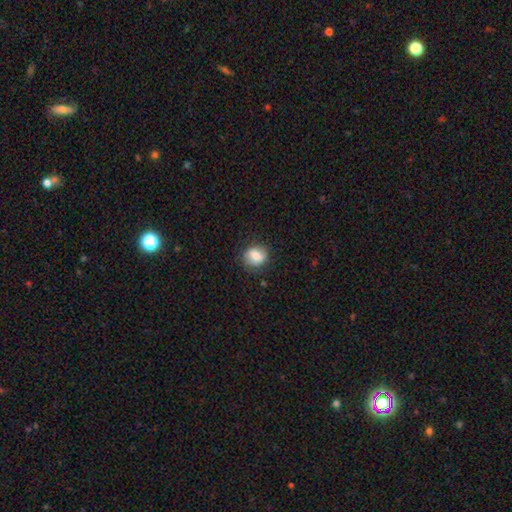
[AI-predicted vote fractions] Morphology: type=smooth (77%); roundness=round (67%); merging=none (81%).